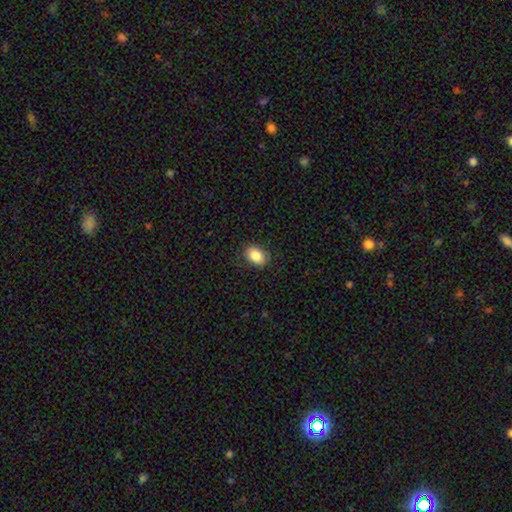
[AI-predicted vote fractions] This appears to be a smooth galaxy with no disk features (86%) that is in between round and cigar-shaped (81%). Merging: none (85%).